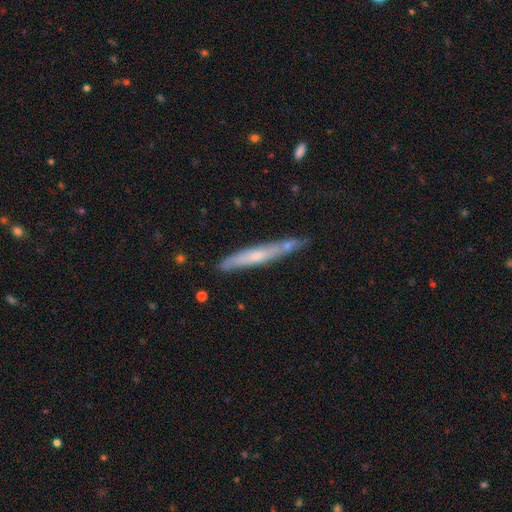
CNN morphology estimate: This is possibly a featured or disk galaxy (49%). Merging: likely none (71%).